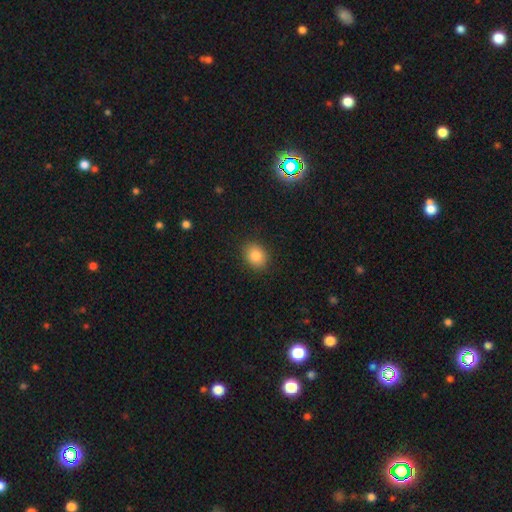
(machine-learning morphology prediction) smooth_or_featured: smooth (p=0.83) [alt: star or artifact p=0.10]
how_rounded: round (p=0.56) [alt: in between p=0.43]
merging: none (p=0.89) [alt: minor disturbance p=0.08]